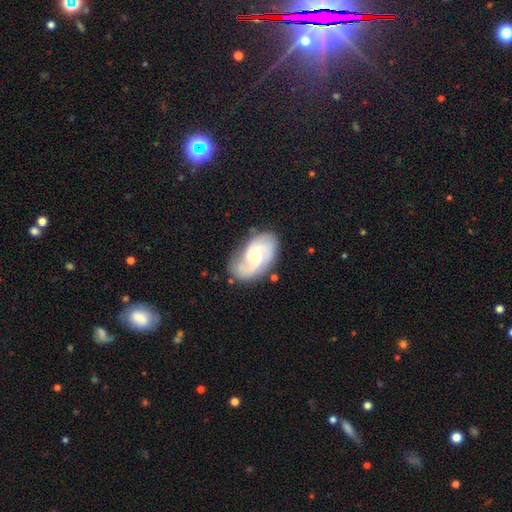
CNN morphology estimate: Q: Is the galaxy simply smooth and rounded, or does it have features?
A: featured or disk — 82%.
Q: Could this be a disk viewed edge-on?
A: no — 97%.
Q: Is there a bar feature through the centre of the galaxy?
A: no — 55%.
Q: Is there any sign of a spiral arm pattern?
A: yes — 97%.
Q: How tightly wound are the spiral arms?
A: medium — 45%.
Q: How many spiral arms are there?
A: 2 — 57%.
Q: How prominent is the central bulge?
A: small — 50%.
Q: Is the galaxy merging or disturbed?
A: none — 74%.